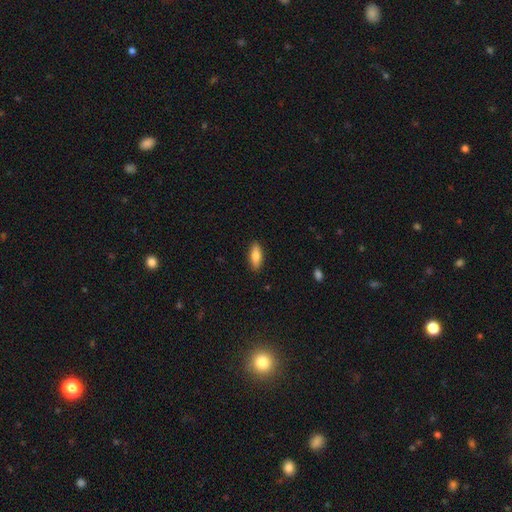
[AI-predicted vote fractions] Smooth or featured: smooth — 77% (featured or disk — 17%)
How rounded: in between — 66% (cigar-shaped — 32%)
Merging: none — 89% (minor disturbance — 8%)